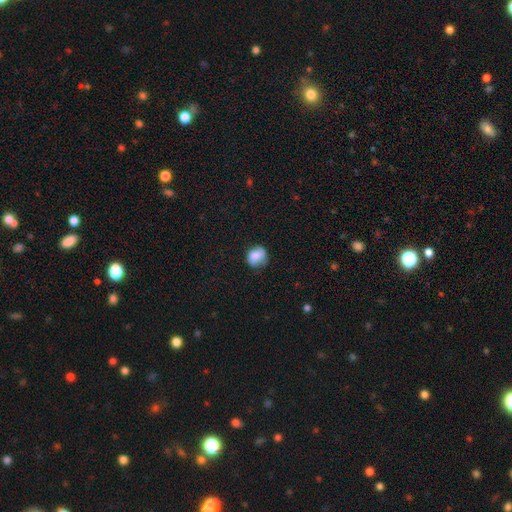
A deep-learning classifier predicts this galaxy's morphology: smooth-or-featured: smooth: 74% | featured or disk: 17% | star or artifact: 9%
  how-rounded: round: 71% | in between: 28% | cigar-shaped: 1%
  merging: none: 59% | minor disturbance: 29% | major disturbance: 10% | merger: 2%